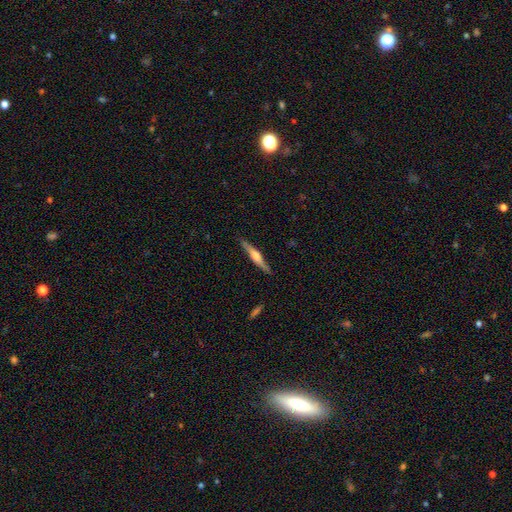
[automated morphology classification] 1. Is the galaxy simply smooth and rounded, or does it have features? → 68% featured or disk, 27% smooth, 5% star or artifact.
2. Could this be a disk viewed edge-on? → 97% yes, 3% no.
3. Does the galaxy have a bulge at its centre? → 77% rounded, 16% boxy, 6% none.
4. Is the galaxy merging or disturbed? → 88% none, 9% minor disturbance, 2% major disturbance, 1% merger.